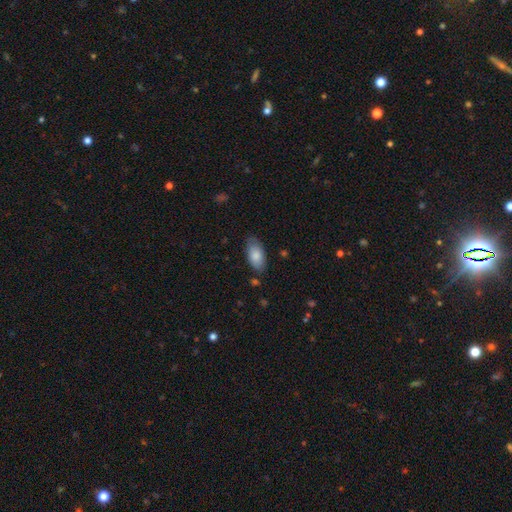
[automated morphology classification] Smooth or featured? smooth (83%)
How rounded? in between (93%)
Merging? none (79%)